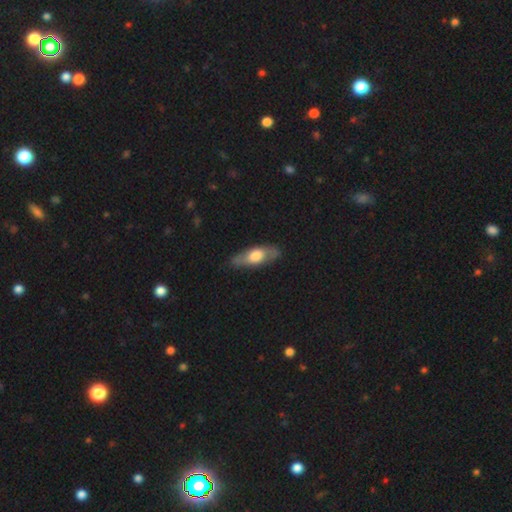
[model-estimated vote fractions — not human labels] Smooth or featured? Predicted: smooth (p=0.48). Merging? Predicted: none (p=0.80).